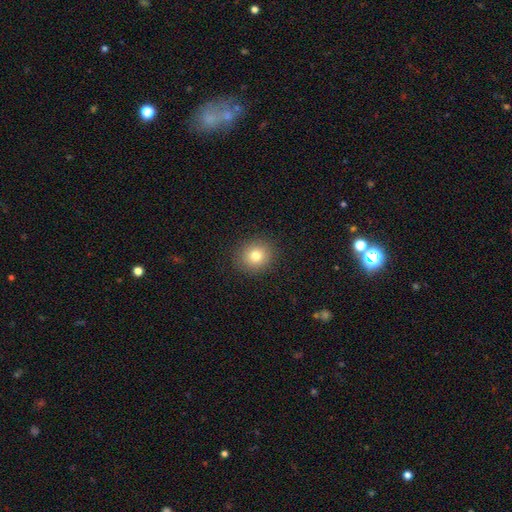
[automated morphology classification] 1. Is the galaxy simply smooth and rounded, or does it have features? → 78% smooth, 12% star or artifact, 10% featured or disk.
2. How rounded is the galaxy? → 81% round, 18% in between, 1% cigar-shaped.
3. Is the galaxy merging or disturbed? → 89% none, 7% minor disturbance, 2% major disturbance, 1% merger.